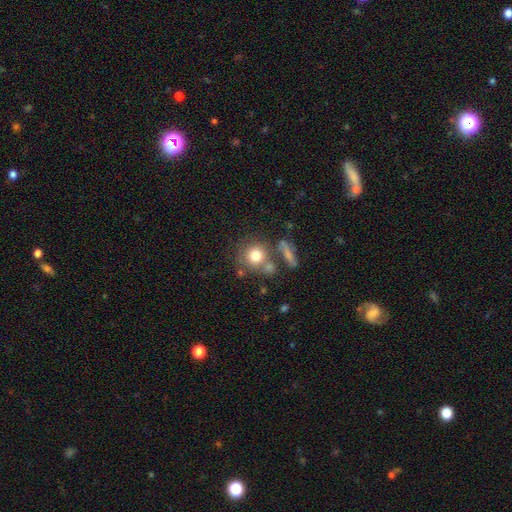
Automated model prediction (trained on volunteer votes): A smooth galaxy with no disk features (77%) that is round (85%). Merging: none (61%).